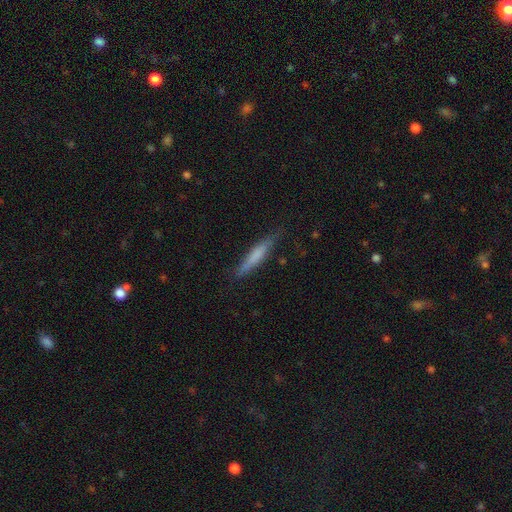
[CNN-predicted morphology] Smooth or featured?
  - smooth: 63% *
  - featured or disk: 31%
  - star or artifact: 6%
How rounded?
  - cigar-shaped: 92% *
  - in between: 6%
  - round: 1%
Merging?
  - none: 78% *
  - minor disturbance: 17%
  - major disturbance: 3%
  - merger: 2%